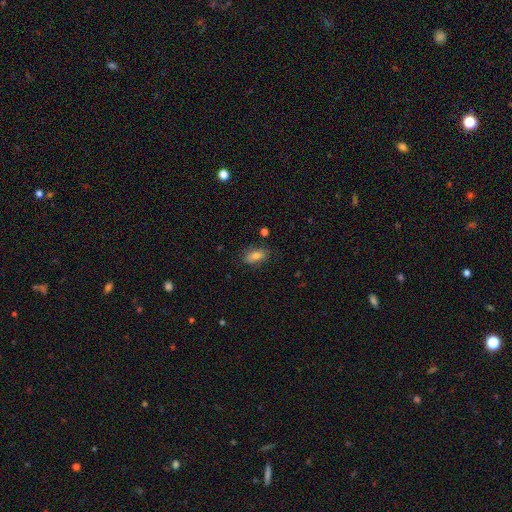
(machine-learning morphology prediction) This appears to be a smooth galaxy with no disk features (76%) that is in between round and cigar-shaped (85%). Merging: none (78%).